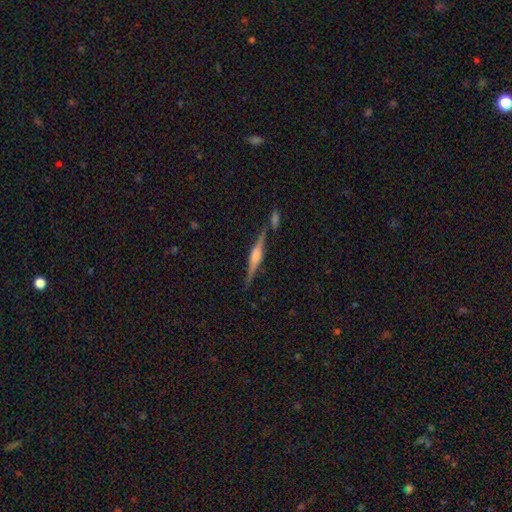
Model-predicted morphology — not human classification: type=featured or disk (79%); edge-on=yes (98%); edge-on bulge=rounded (71%); merging=none (81%).